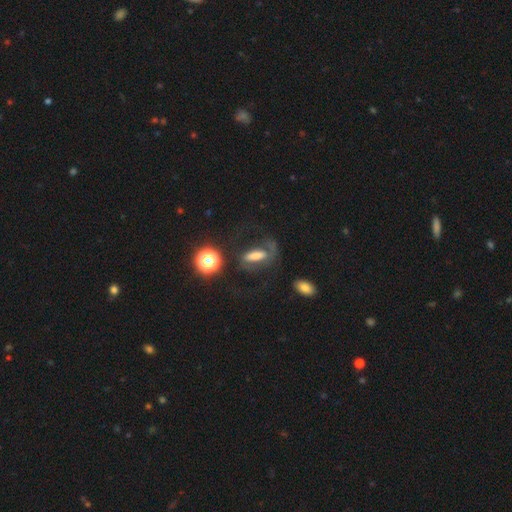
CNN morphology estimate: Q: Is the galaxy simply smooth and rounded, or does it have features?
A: smooth — 51%.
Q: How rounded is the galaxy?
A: in between — 63%.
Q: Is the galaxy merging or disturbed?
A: none — 43%.